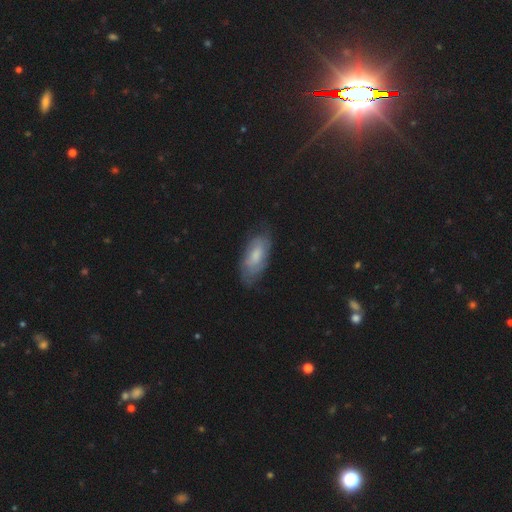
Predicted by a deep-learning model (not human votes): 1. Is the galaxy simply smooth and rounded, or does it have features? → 55% smooth, 38% featured or disk, 7% star or artifact.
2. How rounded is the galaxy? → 86% in between, 12% cigar-shaped, 2% round.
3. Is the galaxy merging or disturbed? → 68% none, 24% minor disturbance, 7% major disturbance, 1% merger.